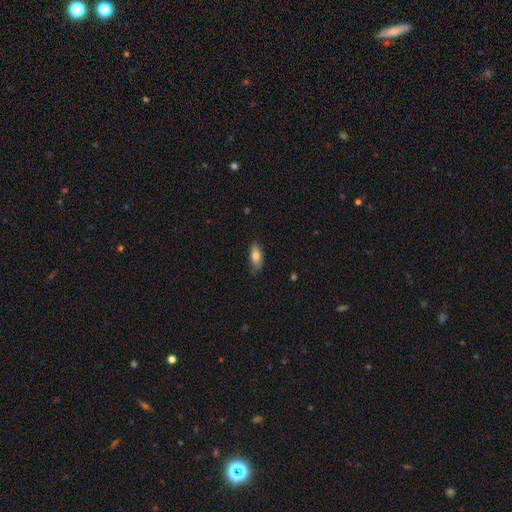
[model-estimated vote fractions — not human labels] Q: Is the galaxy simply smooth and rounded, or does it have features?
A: smooth — 78%.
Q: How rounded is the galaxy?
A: in between — 79%.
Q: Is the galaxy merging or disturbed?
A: none — 78%.